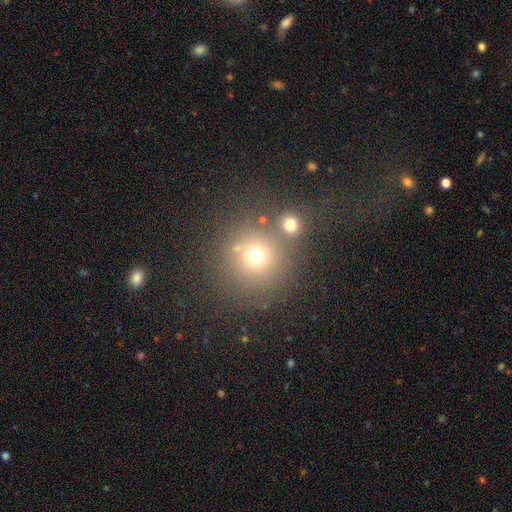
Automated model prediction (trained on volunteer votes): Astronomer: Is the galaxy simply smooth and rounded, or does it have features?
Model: smooth — 69%.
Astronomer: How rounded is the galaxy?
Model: round — 92%.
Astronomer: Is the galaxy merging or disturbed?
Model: none — 65%.